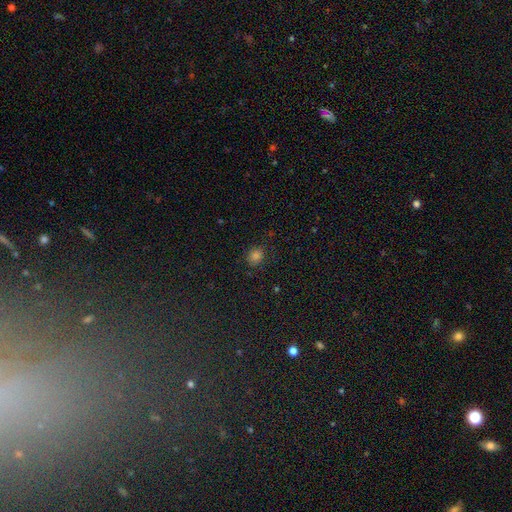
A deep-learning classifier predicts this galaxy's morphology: A smooth galaxy with no disk features (79%) that is round (76%). Merging: none (83%).